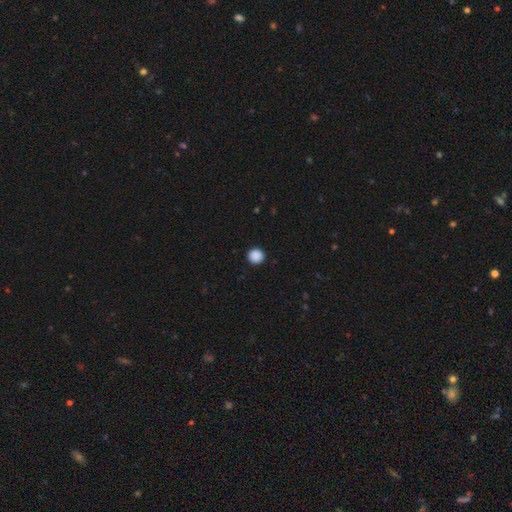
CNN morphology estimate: Overall: smooth (89%). How rounded: round (95%). Merging: none (93%).